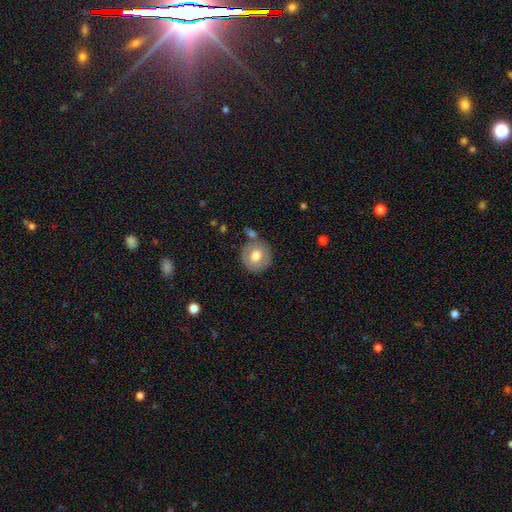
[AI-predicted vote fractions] Overall: smooth (70%). How rounded: round (90%). Merging: none (73%).